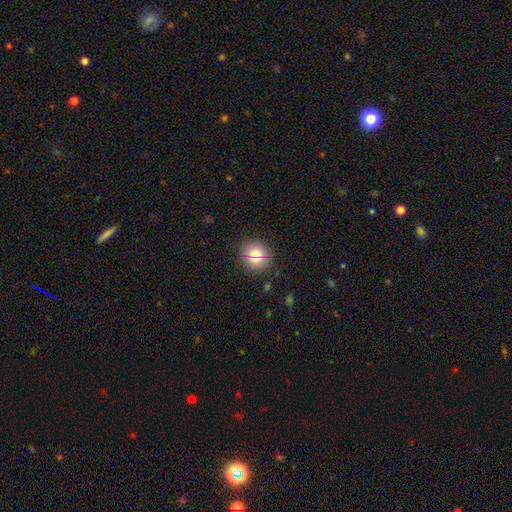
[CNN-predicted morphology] smooth 75%, star or artifact 13%, featured or disk 12%. Down the decision tree: how rounded — round (90%); merging — none (84%).